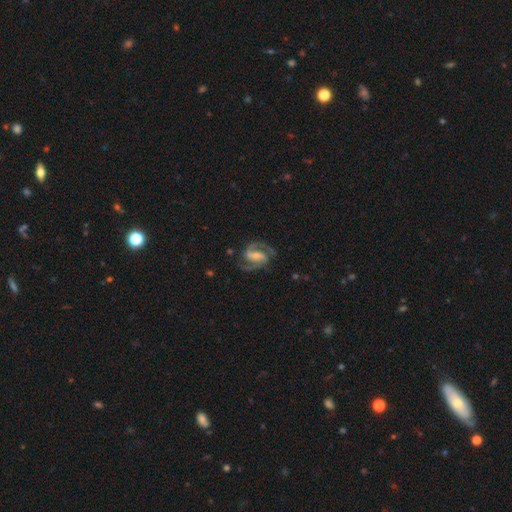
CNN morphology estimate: type=featured or disk (91%); edge-on=no (98%); bar=weak (41%, tied with strong); spiral arms=yes (98%); winding=medium (63%); arm count=2 (92%); bulge=small (55%); merging=none (77%).